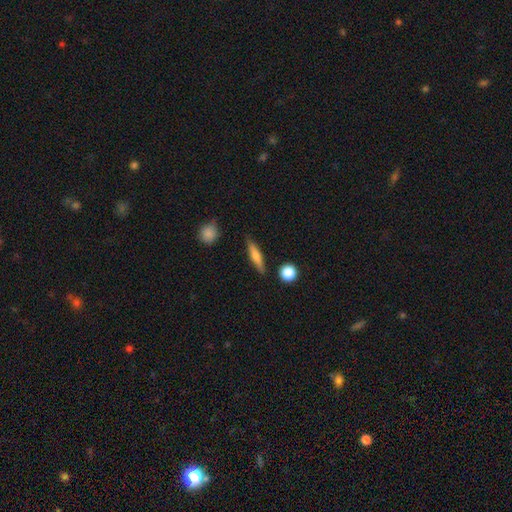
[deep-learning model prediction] Q: Smooth or featured?
A: smooth (59%); runner-up: featured or disk (34%)
Q: How rounded?
A: cigar-shaped (78%); runner-up: in between (17%)
Q: Merging?
A: none (86%); runner-up: minor disturbance (9%)